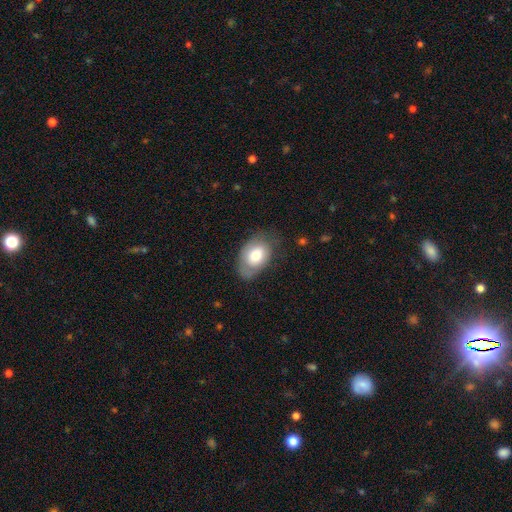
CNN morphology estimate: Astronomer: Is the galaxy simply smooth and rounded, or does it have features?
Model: smooth — 68%.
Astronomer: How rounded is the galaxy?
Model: in between — 87%.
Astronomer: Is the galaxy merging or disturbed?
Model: none — 63%.